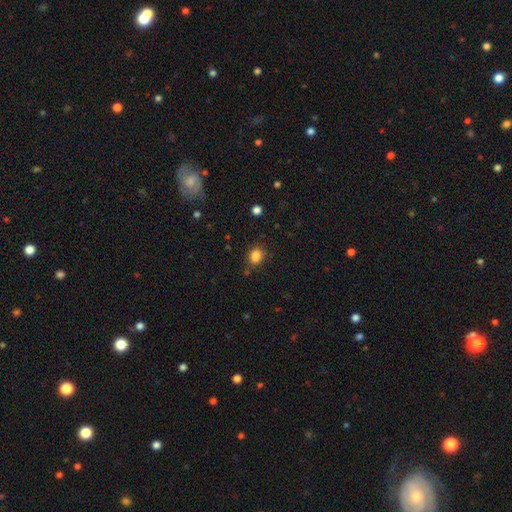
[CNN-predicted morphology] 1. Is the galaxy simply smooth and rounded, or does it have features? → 83% smooth, 12% star or artifact, 5% featured or disk.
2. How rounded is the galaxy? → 52% in between, 46% round, 1% cigar-shaped.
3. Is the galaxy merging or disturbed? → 77% none, 14% minor disturbance, 5% merger, 4% major disturbance.